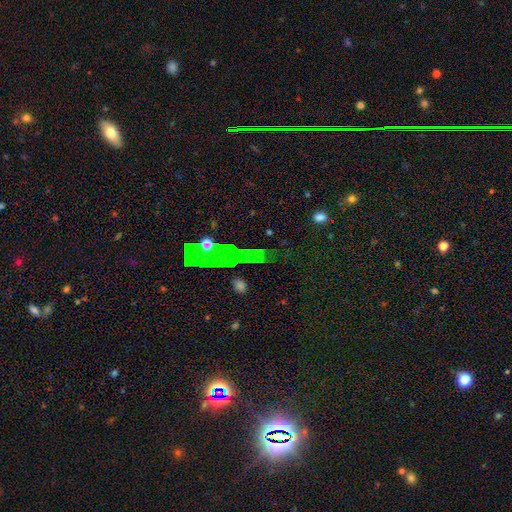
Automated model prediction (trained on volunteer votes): smooth-or-featured: star or artifact: 55% | smooth: 28% | featured or disk: 18%